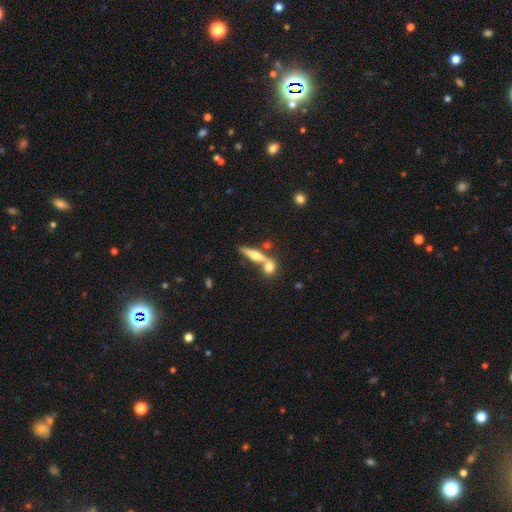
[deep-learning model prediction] Smooth or featured? Predicted: featured or disk (p=0.54). Edge-on disk? Predicted: yes (p=0.92). Merging? Predicted: none (p=0.57).